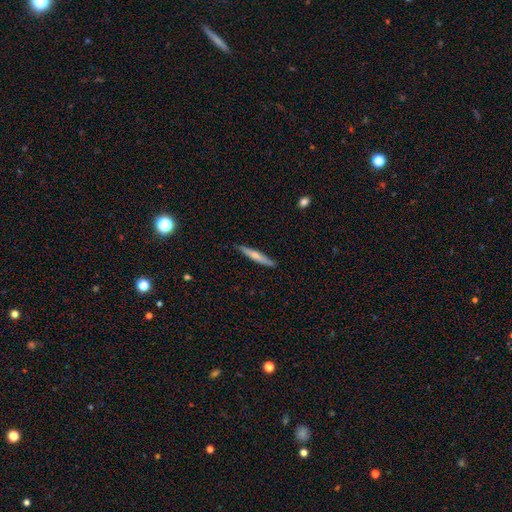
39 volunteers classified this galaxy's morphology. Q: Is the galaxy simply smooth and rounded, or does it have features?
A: featured or disk — 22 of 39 (56%).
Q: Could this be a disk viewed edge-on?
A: yes — 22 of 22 (100%).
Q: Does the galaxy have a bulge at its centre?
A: rounded — 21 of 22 (95%).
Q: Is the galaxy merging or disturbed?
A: none — 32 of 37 (86%).